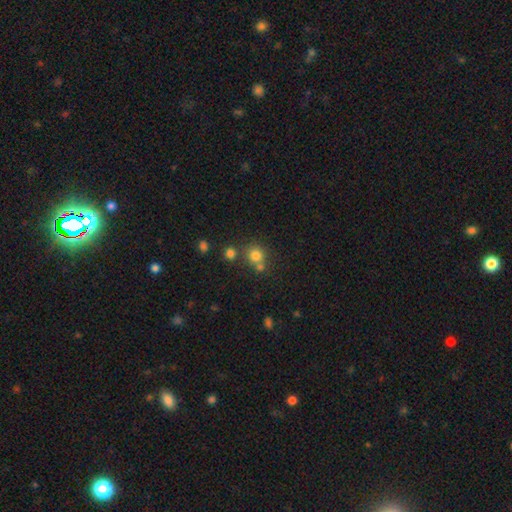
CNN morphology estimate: This is likely a smooth galaxy (77%). How rounded: clearly round (87%). Merging: likely none (61%).